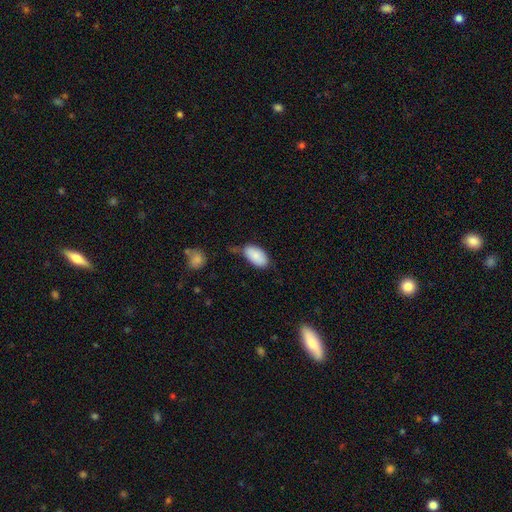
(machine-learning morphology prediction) Overall: smooth (87%). How rounded: in between (95%). Merging: none (62%; minor disturbance 26%).